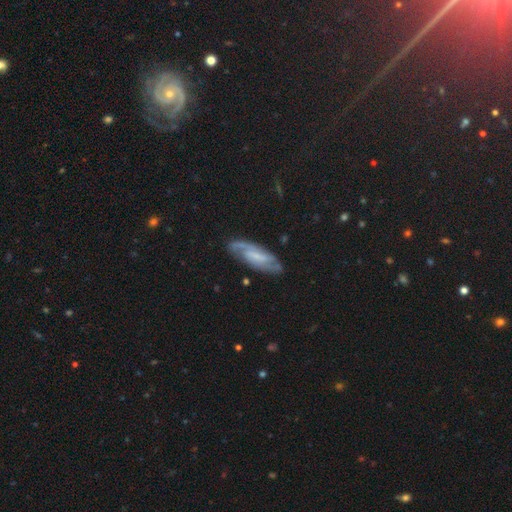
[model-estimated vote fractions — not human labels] Q: Smooth or featured?
A: featured or disk (76%); runner-up: smooth (18%)
Q: Edge-on disk?
A: no (88%); runner-up: yes (12%)
Q: Bar?
A: weak (47%); runner-up: no (34%)
Q: Spiral arms?
A: yes (93%); runner-up: no (7%)
Q: Spiral winding?
A: medium (47%); runner-up: tight (36%)
Q: Spiral arm count?
A: 2 (73%); runner-up: can't tell (15%)
Q: Bulge size?
A: small (45%); runner-up: none (31%)
Q: Merging?
A: none (77%); runner-up: minor disturbance (16%)